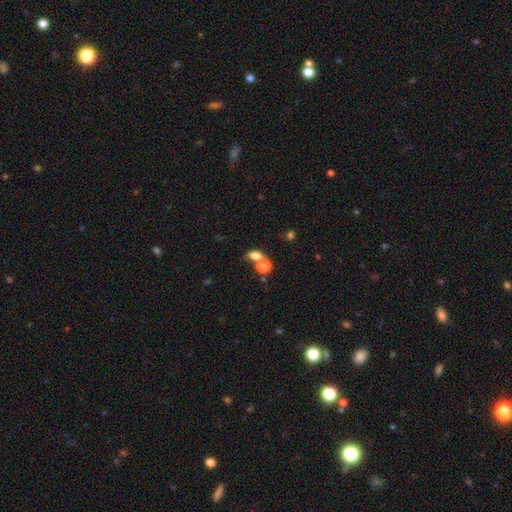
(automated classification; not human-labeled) smooth-or-featured: smooth: 75% | star or artifact: 15% | featured or disk: 10%
  how-rounded: in between: 66% | round: 31% | cigar-shaped: 3%
  merging: none: 44% | merger: 39% | minor disturbance: 11% | major disturbance: 6%